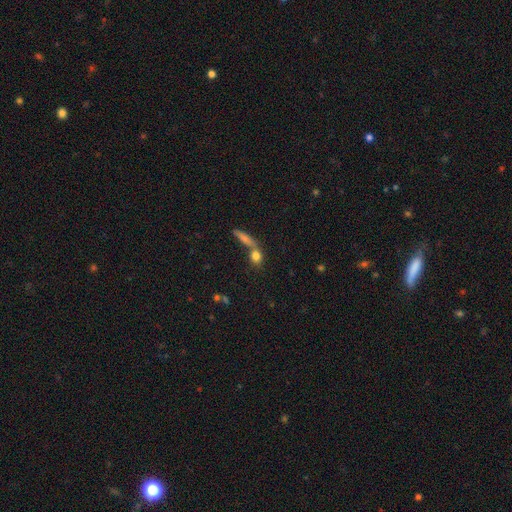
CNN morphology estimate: smooth_or_featured: smooth (p=0.77) [alt: featured or disk p=0.12]
how_rounded: round (p=0.49) [alt: in between p=0.34]
merging: none (p=0.50) [alt: merger p=0.36]